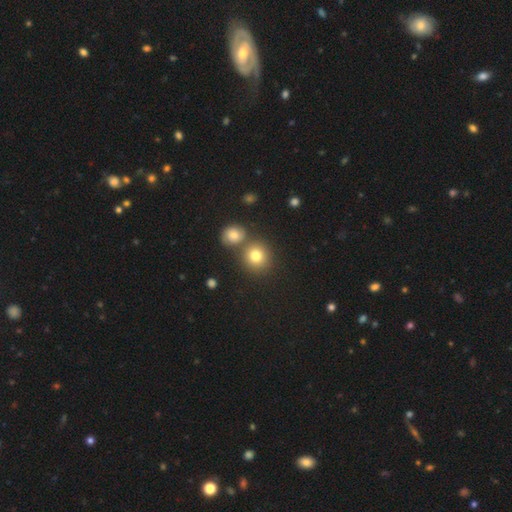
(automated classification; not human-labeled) This appears to be a smooth galaxy with no disk features (79%) that is round (88%). Merging: none (70%).